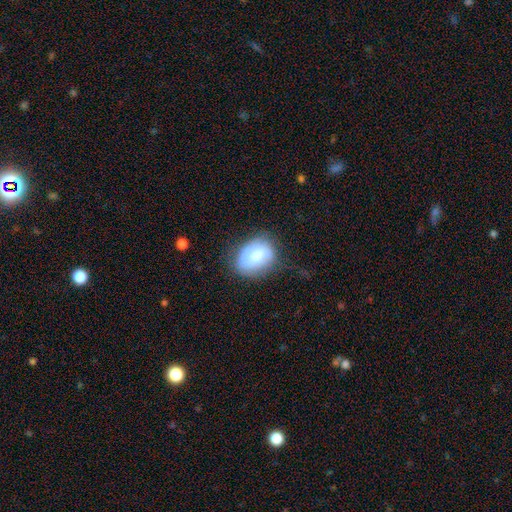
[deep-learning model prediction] Overall: smooth (62%; featured or disk 30%). How rounded: in between (65%; round 34%). Merging: none (63%; minor disturbance 26%).